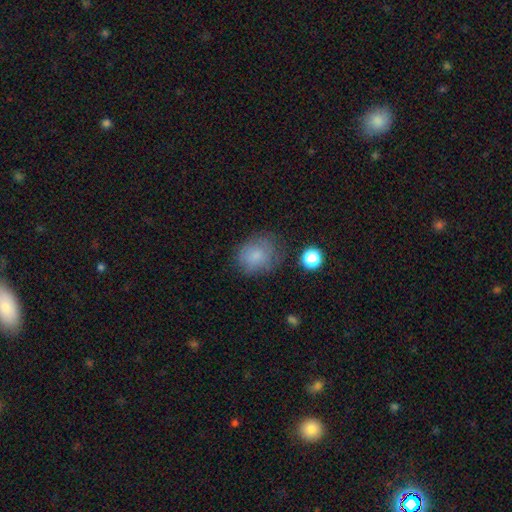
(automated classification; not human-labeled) Smooth or featured? Predicted: smooth (p=0.76). How rounded? Predicted: round (p=0.58). Merging? Predicted: none (p=0.66).